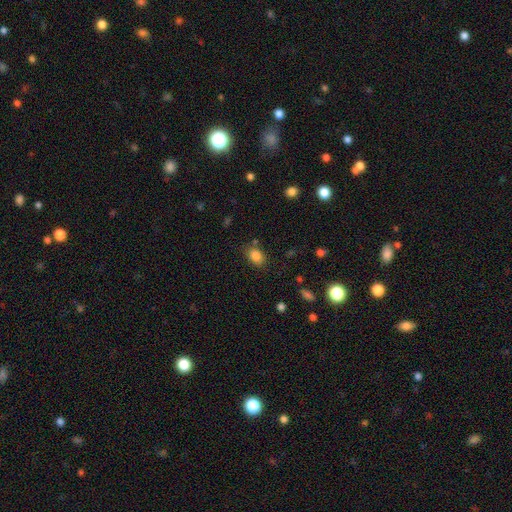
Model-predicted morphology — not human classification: smooth-or-featured: smooth: 84% | star or artifact: 10% | featured or disk: 6%
  how-rounded: in between: 73% | round: 26% | cigar-shaped: 1%
  merging: none: 77% | minor disturbance: 15% | merger: 4% | major disturbance: 4%